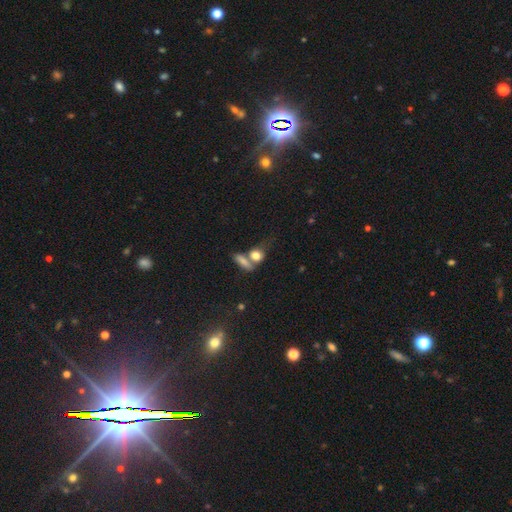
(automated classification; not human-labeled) Smooth or featured? Predicted: smooth (p=0.77). How rounded? Predicted: in between (p=0.51). Merging? Predicted: merger (p=0.45).